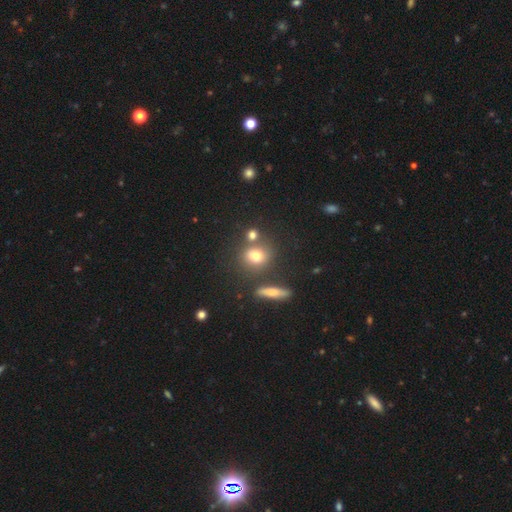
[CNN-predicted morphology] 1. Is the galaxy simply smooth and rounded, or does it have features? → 73% smooth, 14% star or artifact, 13% featured or disk.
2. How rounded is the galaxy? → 71% round, 25% in between, 4% cigar-shaped.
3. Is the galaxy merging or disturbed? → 68% none, 18% merger, 11% minor disturbance, 4% major disturbance.